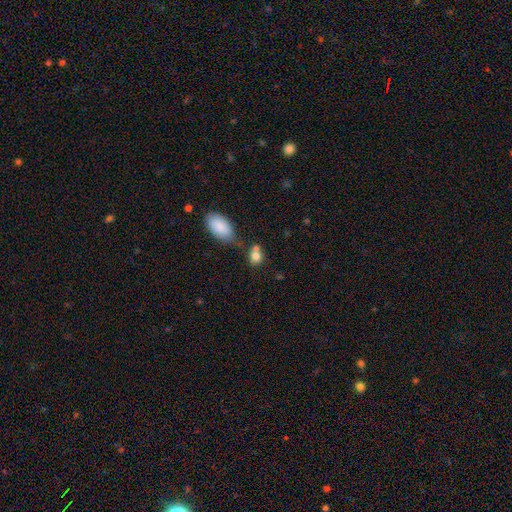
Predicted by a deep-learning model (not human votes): A smooth galaxy with no disk features (79%) that is round (51%).

Vote fractions:
- Smooth or featured? smooth: 79% / star or artifact: 10% / featured or disk: 10%
- How rounded? round: 51% / in between: 47% / cigar-shaped: 2%
- Merging? none: 49% / merger: 31% / minor disturbance: 15% / major disturbance: 5%